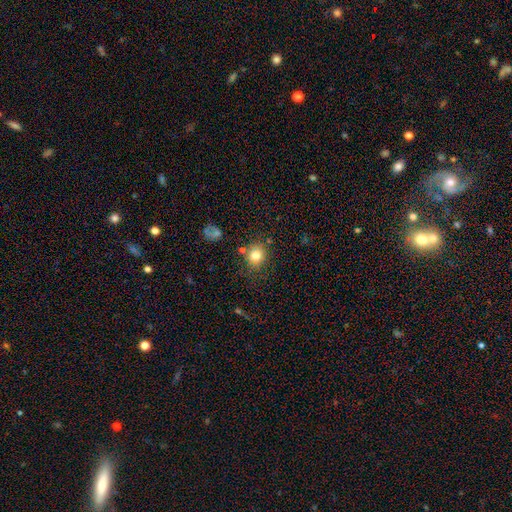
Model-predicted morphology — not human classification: smooth_or_featured: smooth (p=0.79) [alt: star or artifact p=0.12]
how_rounded: round (p=0.76) [alt: in between p=0.23]
merging: none (p=0.76) [alt: minor disturbance p=0.14]